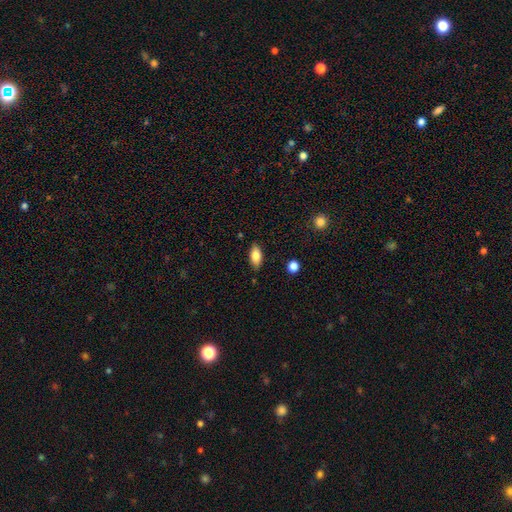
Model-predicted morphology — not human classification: smooth 81%, featured or disk 12%, star or artifact 7%. Down the decision tree: how rounded — in between (88%); merging — none (84%).